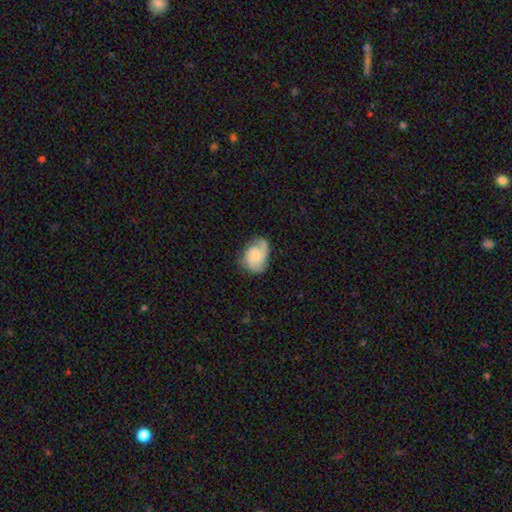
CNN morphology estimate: A featured or disk galaxy (62%) with no bar (72%), 2 (47%) medium (44%) spiral arms (91%) and a small central bulge (51%). Merging: none (57%).